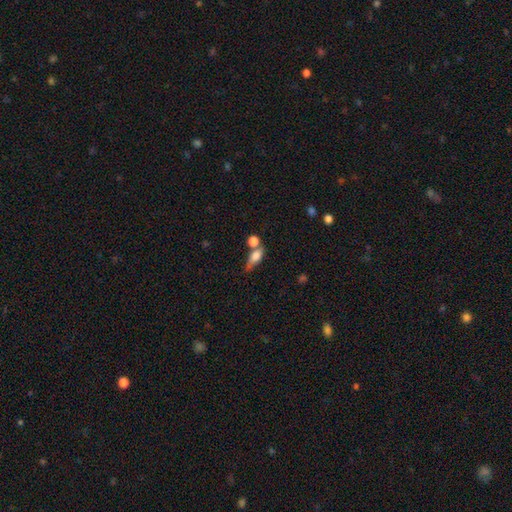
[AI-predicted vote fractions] Morphology: type=smooth (72%); roundness=in between (68%); merging=none (39%).